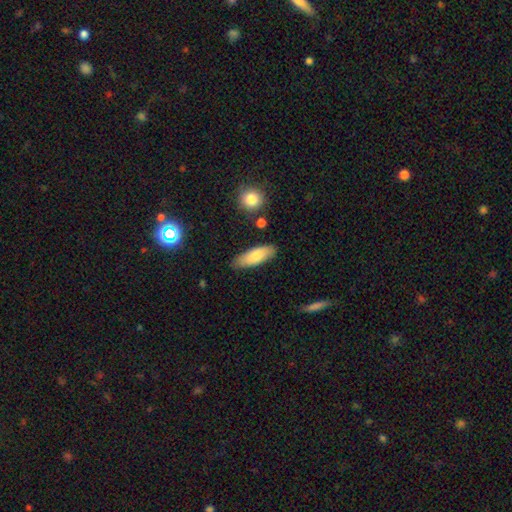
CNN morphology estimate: type=smooth (81%); roundness=in between (65%); merging=none (81%).